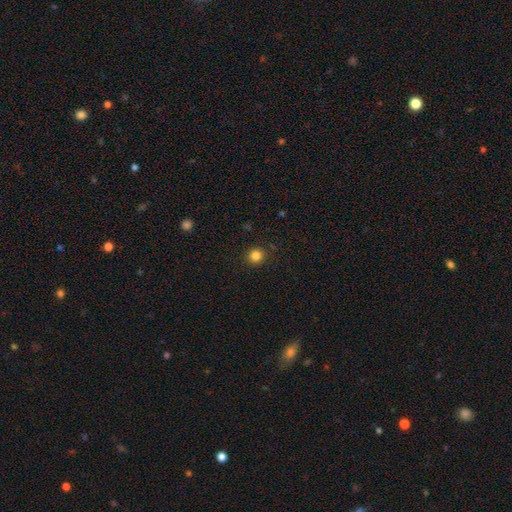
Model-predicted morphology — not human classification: This appears to be a smooth galaxy with no disk features (84%) that is round (89%). Merging: none (90%).